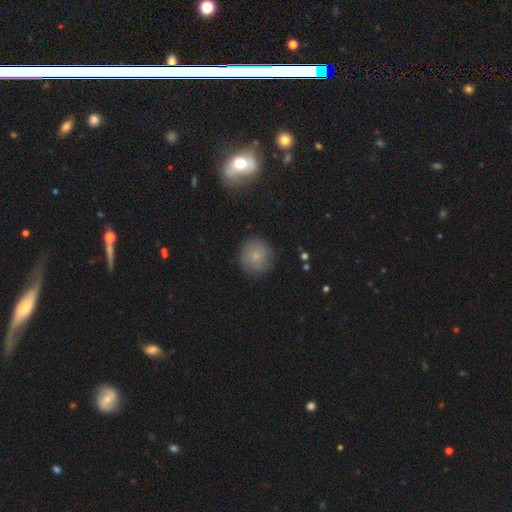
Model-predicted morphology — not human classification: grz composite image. It shows a smooth galaxy with no disk features (78%) that is round (93%). Merging: none (87%).